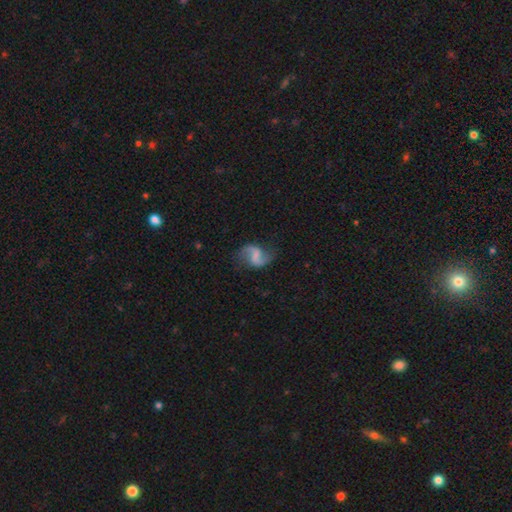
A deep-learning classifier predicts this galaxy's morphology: The model was most divided on "bar": weak: 46%, strong: 33%, no: 21%. More confident: edge-on disk — no (98%); spiral arms — yes (94%); spiral arm count — 2 (92%); smooth or featured — featured or disk (81%); merging — none (76%); spiral winding — loose (68%); bulge size — none (59%).